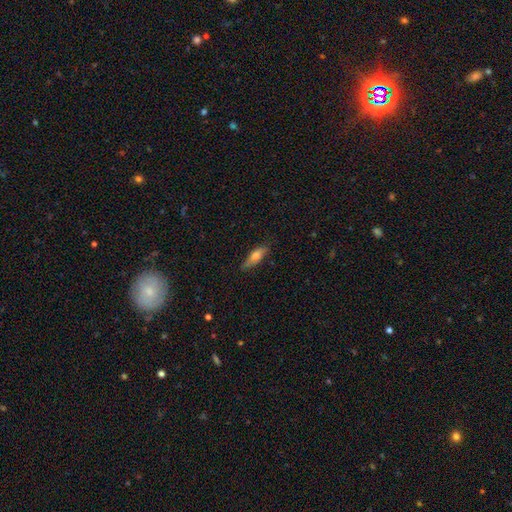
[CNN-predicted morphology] A smooth galaxy with no disk features (65%) that is in between round and cigar-shaped (50%).

Vote fractions:
- Smooth or featured? smooth: 65% / featured or disk: 29% / star or artifact: 6%
- How rounded? in between: 50% / cigar-shaped: 48% / round: 2%
- Merging? none: 76% / minor disturbance: 19% / major disturbance: 3% / merger: 1%